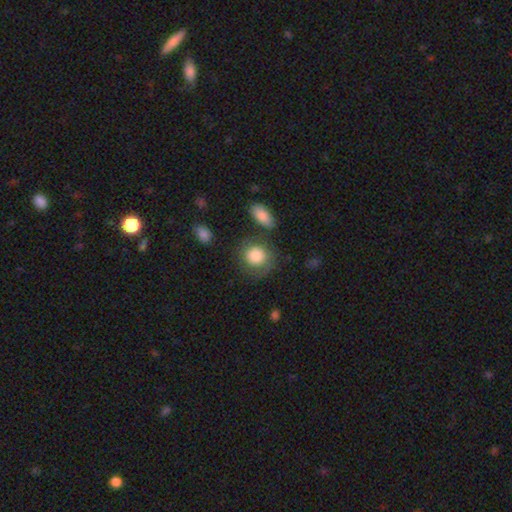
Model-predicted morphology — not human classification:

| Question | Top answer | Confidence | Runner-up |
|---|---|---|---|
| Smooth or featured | smooth | 81% | featured or disk (12%) |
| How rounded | round | 83% | in between (16%) |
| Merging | none | 64% | minor disturbance (18%) |